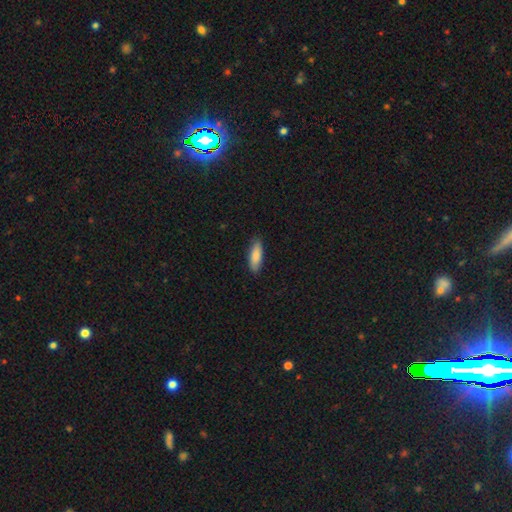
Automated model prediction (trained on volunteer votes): Overall: smooth (86%). How rounded: in between (52%; cigar-shaped 47%). Merging: none (87%).